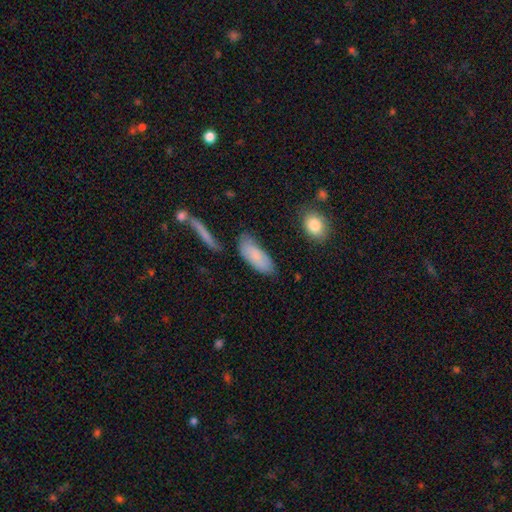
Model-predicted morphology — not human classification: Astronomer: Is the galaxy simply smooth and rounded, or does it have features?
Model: smooth — 81%.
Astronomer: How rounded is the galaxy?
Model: in between — 77%.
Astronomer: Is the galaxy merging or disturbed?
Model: none — 66%.